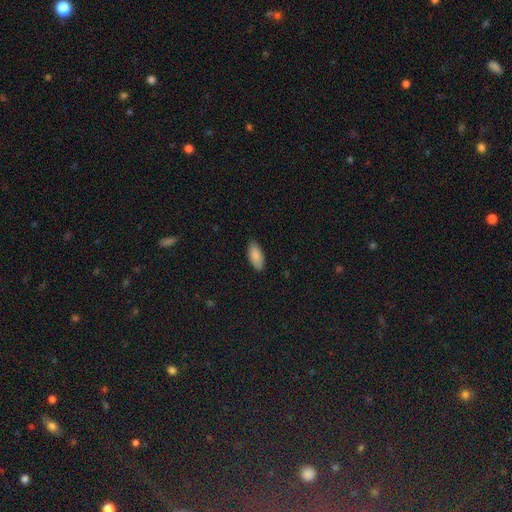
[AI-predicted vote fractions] This is clearly a smooth galaxy (88%). How rounded: clearly in between (91%). Merging: clearly none (85%).